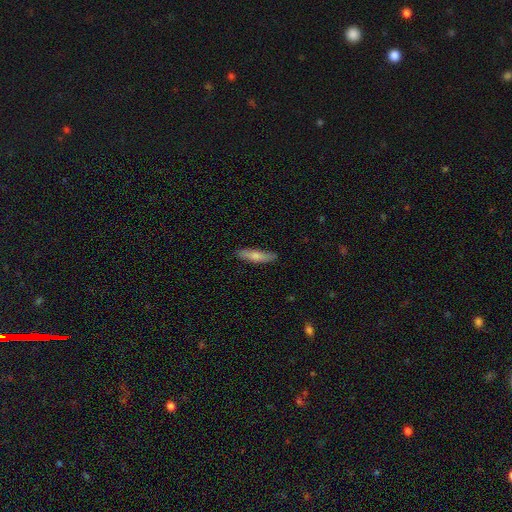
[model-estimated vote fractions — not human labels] Smooth or featured?
  - smooth: 72% *
  - featured or disk: 22%
  - star or artifact: 6%
How rounded?
  - cigar-shaped: 75% *
  - in between: 23%
  - round: 2%
Merging?
  - none: 84% *
  - minor disturbance: 12%
  - major disturbance: 2%
  - merger: 1%